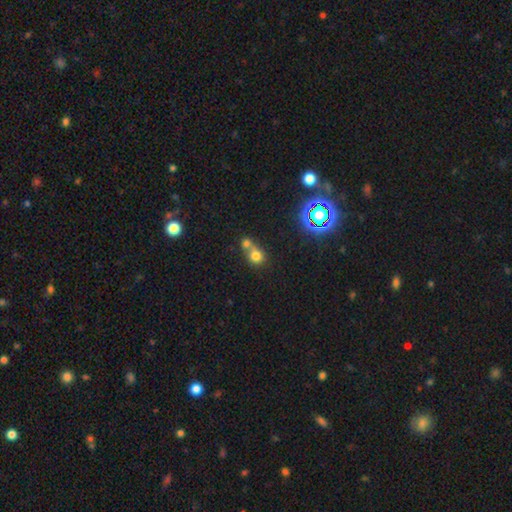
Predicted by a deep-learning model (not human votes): Q: Smooth or featured?
A: smooth (72%); runner-up: star or artifact (16%)
Q: How rounded?
A: round (76%); runner-up: in between (22%)
Q: Merging?
A: merger (62%); runner-up: none (28%)